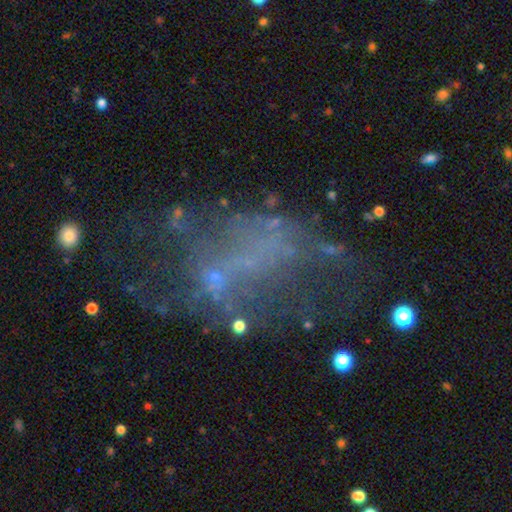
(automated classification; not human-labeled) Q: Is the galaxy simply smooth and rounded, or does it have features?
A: featured or disk — 52%.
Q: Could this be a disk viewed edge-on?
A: no — 96%.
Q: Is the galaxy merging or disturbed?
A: none — 40%.